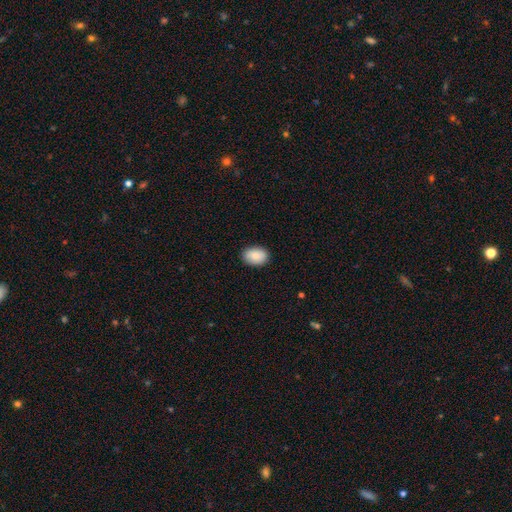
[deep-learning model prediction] The model was most divided on "how rounded": in between: 79%, round: 20%, cigar-shaped: 1%. More confident: merging — none (88%); smooth or featured — smooth (88%).